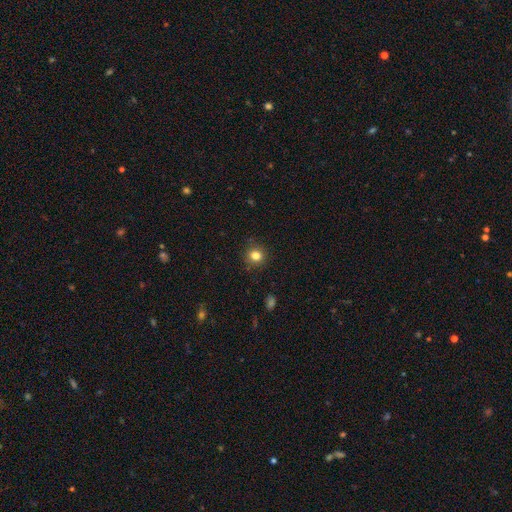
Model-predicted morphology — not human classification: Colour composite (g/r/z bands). It shows a smooth galaxy with no disk features (82%) that is round (87%). Merging: none (89%).